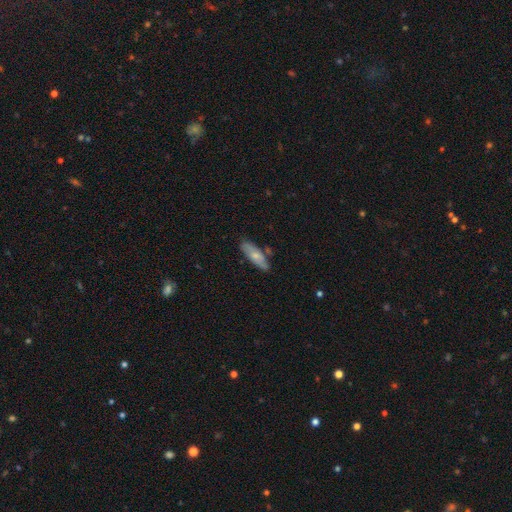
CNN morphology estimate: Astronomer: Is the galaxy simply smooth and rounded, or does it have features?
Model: smooth — 62%.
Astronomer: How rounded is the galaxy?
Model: in between — 58% (runner-up: cigar-shaped, 40%).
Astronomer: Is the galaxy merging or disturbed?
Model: none — 73%.